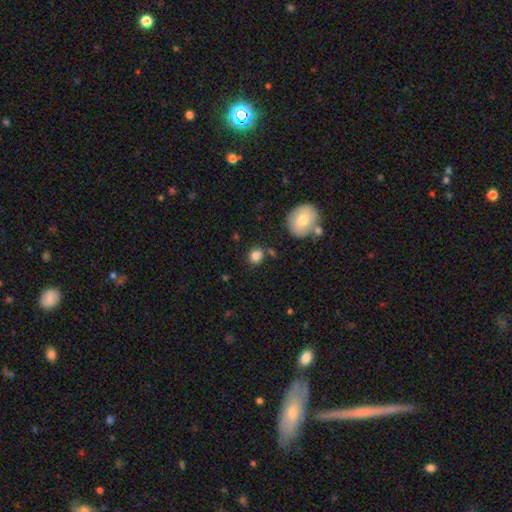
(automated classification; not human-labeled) A smooth galaxy with no disk features (84%) that is round (78%). Merging: none (78%).